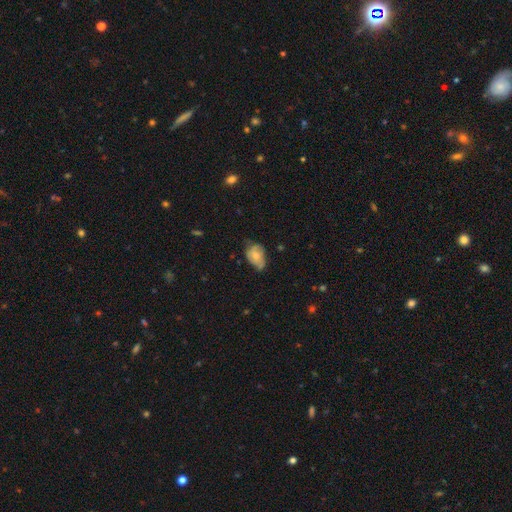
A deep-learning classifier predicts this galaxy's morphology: type=smooth (51%); roundness=in between (80%); merging=none (43%).